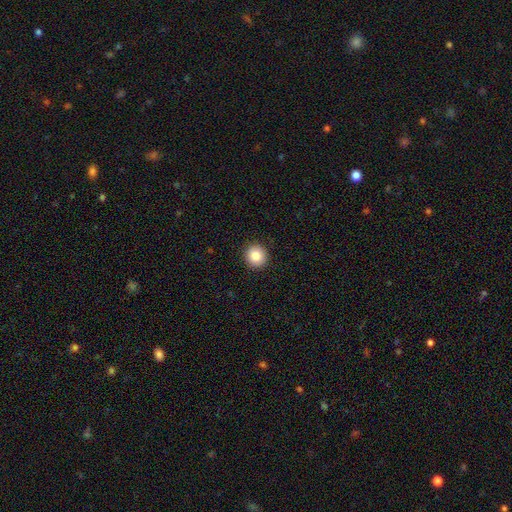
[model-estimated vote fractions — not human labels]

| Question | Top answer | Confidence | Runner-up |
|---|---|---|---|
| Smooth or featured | smooth | 84% | star or artifact (9%) |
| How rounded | round | 93% | in between (6%) |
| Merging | none | 93% | minor disturbance (5%) |